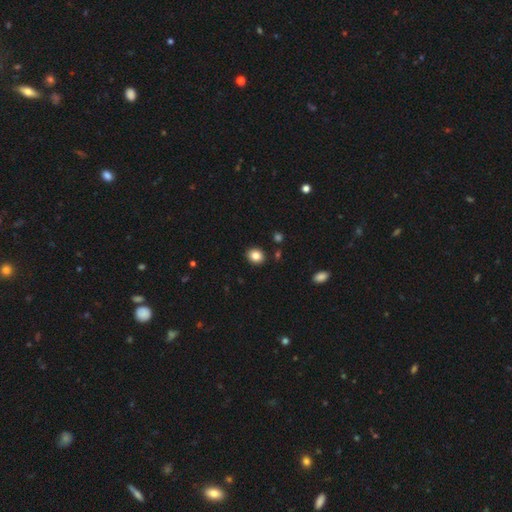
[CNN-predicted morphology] Smooth or featured? Predicted: smooth (p=0.84). How rounded? Predicted: round (p=0.66). Merging? Predicted: none (p=0.90).